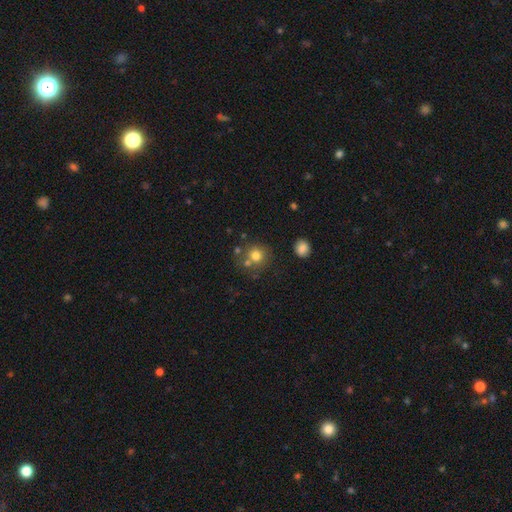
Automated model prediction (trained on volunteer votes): A smooth galaxy with no disk features (74%) that is round (88%). Merging: none (64%).